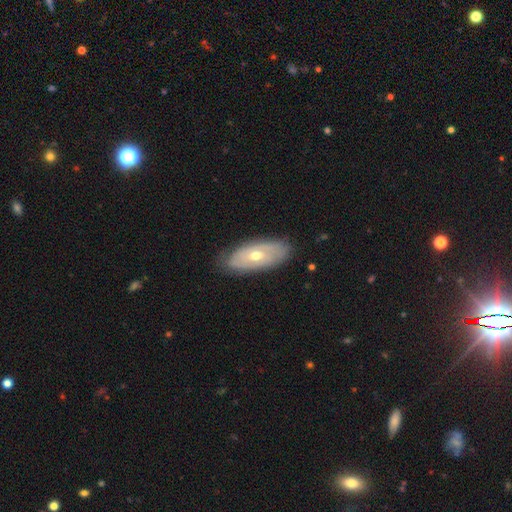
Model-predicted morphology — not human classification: The model was most divided on "spiral arms": yes: 51%, no: 49%. More confident: edge-on disk — no (83%); merging — none (80%); bar — no (74%); bulge size — moderate (68%); smooth or featured — featured or disk (62%).